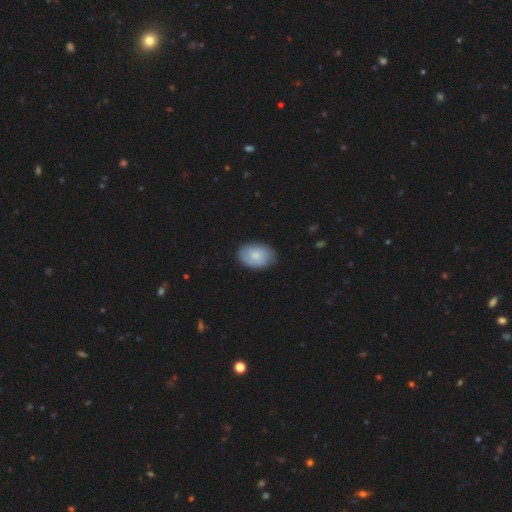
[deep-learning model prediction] Smooth or featured? Predicted: smooth (p=0.81). How rounded? Predicted: in between (p=0.85). Merging? Predicted: none (p=0.81).